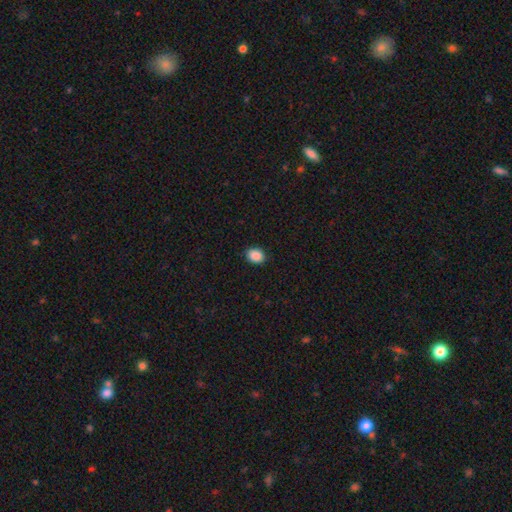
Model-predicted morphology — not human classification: This appears to be a smooth galaxy with no disk features (89%) that is in between round and cigar-shaped (57%). Merging: none (90%).